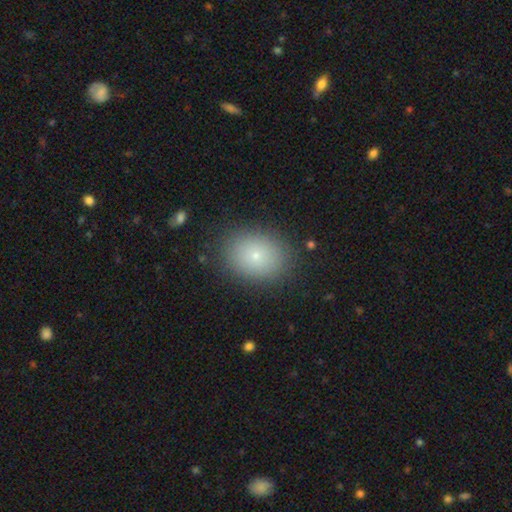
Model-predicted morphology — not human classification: Smooth or featured: smooth — 77% (featured or disk — 12%)
How rounded: in between — 56% (round — 43%)
Merging: none — 86% (minor disturbance — 9%)